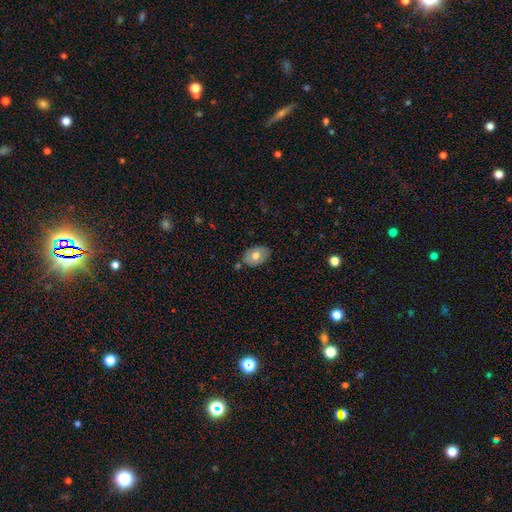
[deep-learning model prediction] smooth-or-featured: smooth: 63% | featured or disk: 30% | star or artifact: 7%
  how-rounded: in between: 82% | round: 17% | cigar-shaped: 1%
  merging: none: 75% | minor disturbance: 17% | merger: 5% | major disturbance: 3%